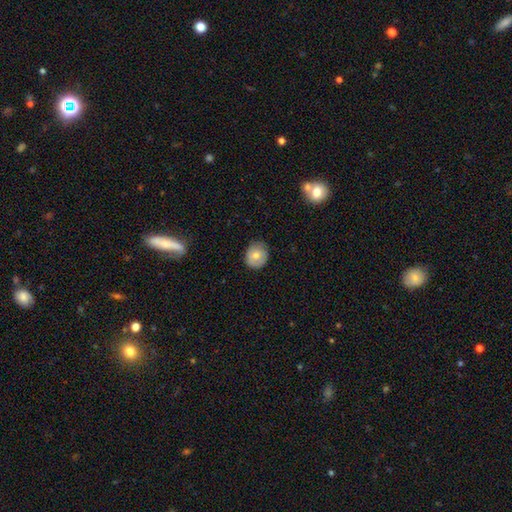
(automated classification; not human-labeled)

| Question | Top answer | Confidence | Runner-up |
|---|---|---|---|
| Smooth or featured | smooth | 72% | featured or disk (20%) |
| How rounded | round | 79% | in between (20%) |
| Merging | none | 79% | minor disturbance (17%) |